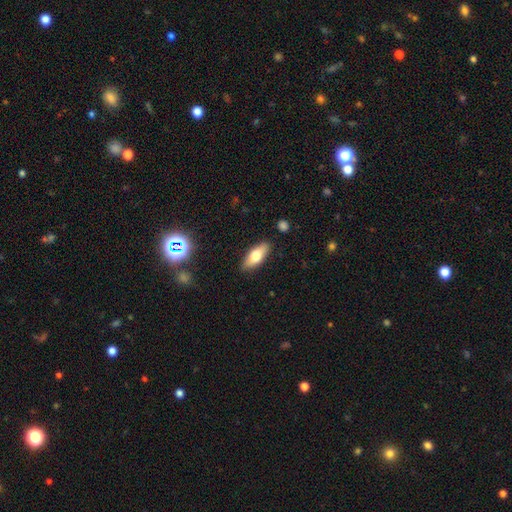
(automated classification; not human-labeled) A smooth galaxy with no disk features (68%) that is in between round and cigar-shaped (76%). Merging: none (87%).